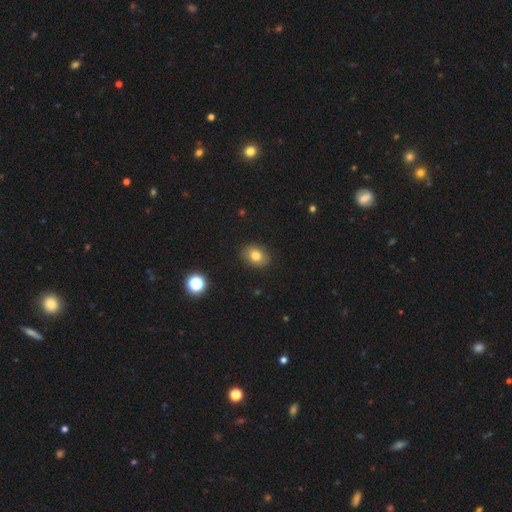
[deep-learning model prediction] smooth 80%, star or artifact 11%, featured or disk 9%. Down the decision tree: how rounded — in between (67%); merging — none (88%).